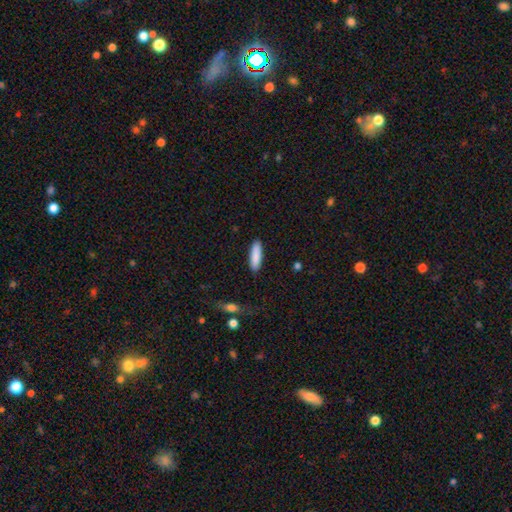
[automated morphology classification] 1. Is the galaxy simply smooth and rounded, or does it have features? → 88% smooth, 7% featured or disk, 6% star or artifact.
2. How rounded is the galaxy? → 69% cigar-shaped, 30% in between, 1% round.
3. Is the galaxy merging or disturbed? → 90% none, 7% minor disturbance, 2% major disturbance, 1% merger.